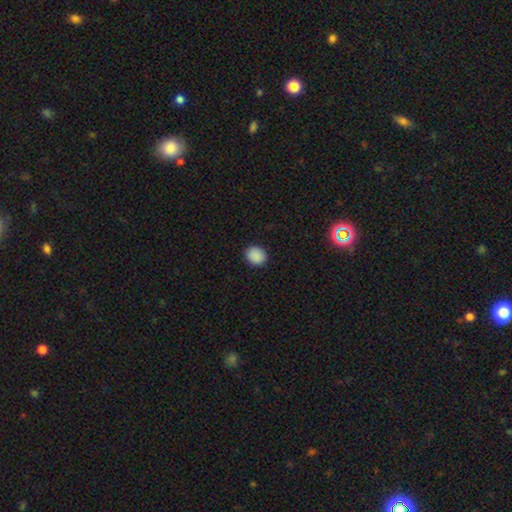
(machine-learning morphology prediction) Smooth or featured? Predicted: smooth (p=0.89). How rounded? Predicted: round (p=0.68). Merging? Predicted: none (p=0.90).